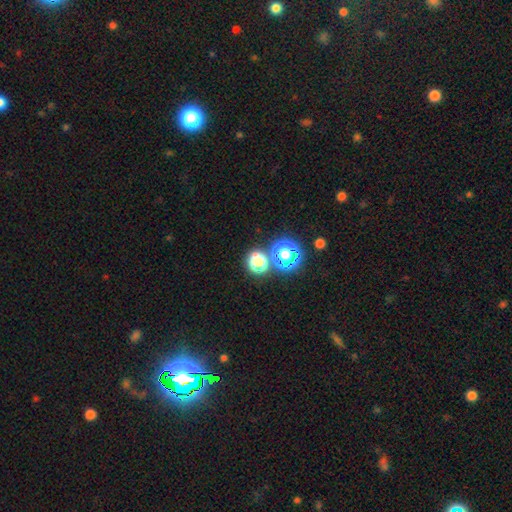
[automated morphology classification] Smooth or featured? Predicted: smooth (p=0.50). How rounded? Predicted: round (p=0.82). Merging? Predicted: none (p=0.71).